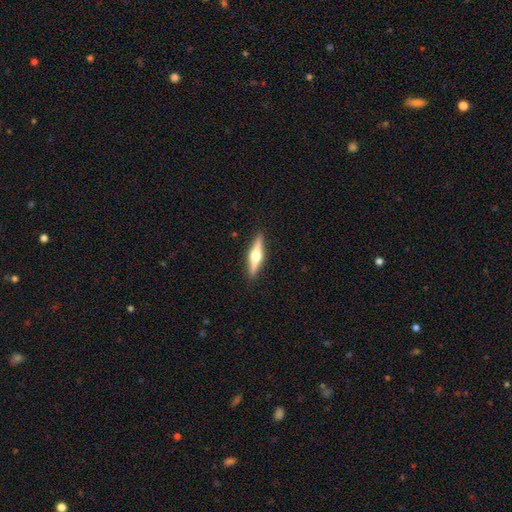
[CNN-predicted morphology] Smooth or featured? Predicted: featured or disk (p=0.70). Edge-on disk? Predicted: yes (p=0.97). Edge-on bulge? Predicted: rounded (p=0.96). Merging? Predicted: none (p=0.91).